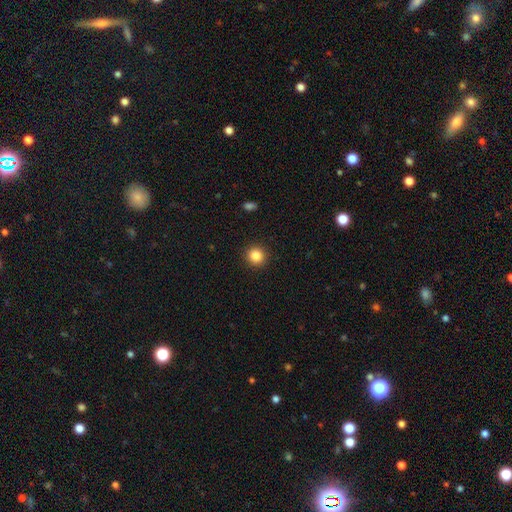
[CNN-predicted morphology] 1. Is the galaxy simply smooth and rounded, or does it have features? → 85% smooth, 11% star or artifact, 4% featured or disk.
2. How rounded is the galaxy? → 94% round, 5% in between, 1% cigar-shaped.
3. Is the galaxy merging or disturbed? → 92% none, 5% minor disturbance, 2% major disturbance, 1% merger.